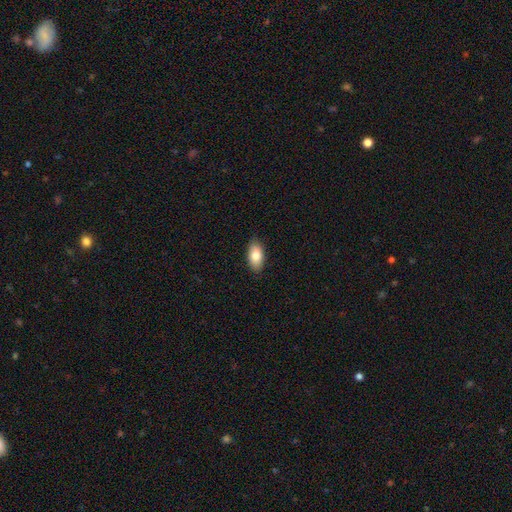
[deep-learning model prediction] Smooth or featured? Predicted: smooth (p=0.81). How rounded? Predicted: in between (p=0.92). Merging? Predicted: none (p=0.87).